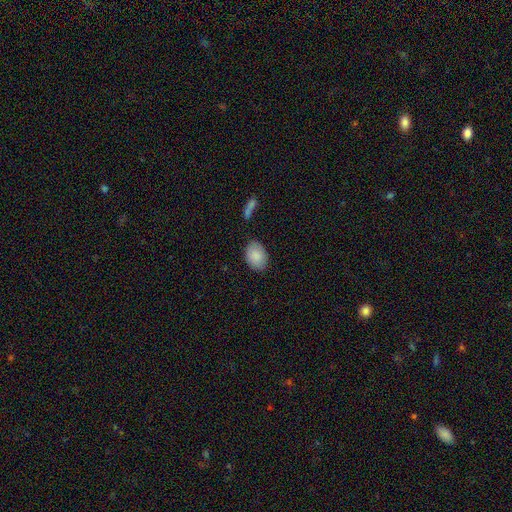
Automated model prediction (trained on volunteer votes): The model was most divided on "merging": none: 80%, minor disturbance: 14%, major disturbance: 3%, merger: 3%. More confident: smooth or featured — smooth (87%); how rounded — in between (84%).